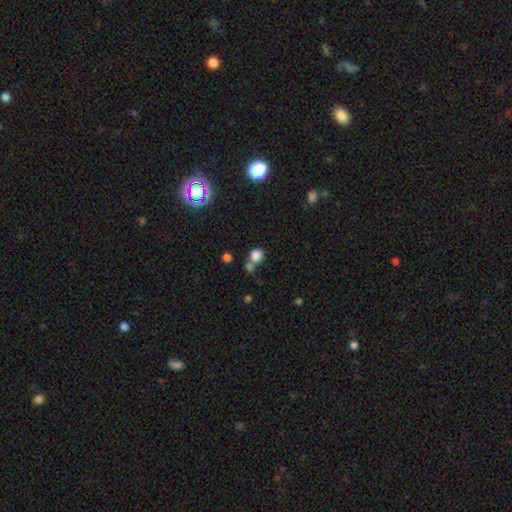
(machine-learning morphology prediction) A smooth galaxy with no disk features (80%) that is round (79%).

Vote fractions:
- Smooth or featured? smooth: 80% / star or artifact: 14% / featured or disk: 6%
- How rounded? round: 79% / in between: 20% / cigar-shaped: 1%
- Merging? none: 52% / merger: 34% / minor disturbance: 10% / major disturbance: 5%